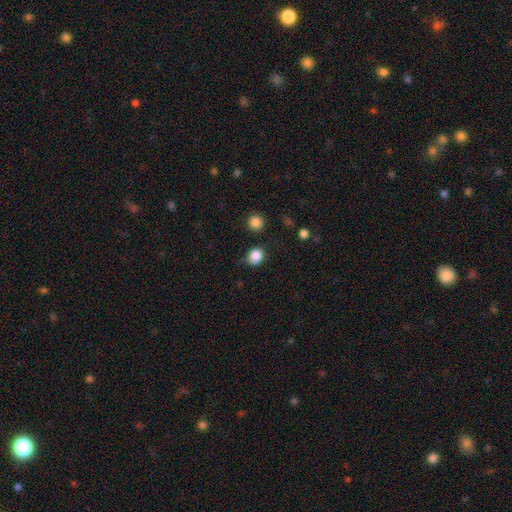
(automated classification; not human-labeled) Overall: smooth (85%). How rounded: round (78%). Merging: none (76%).